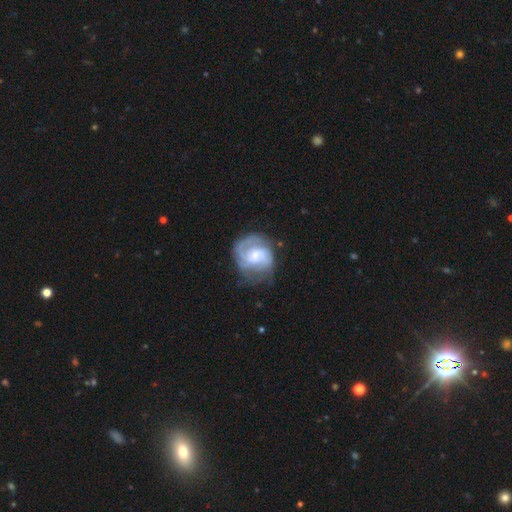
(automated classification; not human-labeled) This is likely a featured or disk galaxy (79%). It is clearly not viewed edge-on (98%). Bar: possibly no (55%). Spiral arm pattern: clearly yes (93%). Spiral arm count: possibly 2 (45%). Spiral winding: marginally medium (43%). Central bulge: marginally small (43%). Merging: possibly none (57%).